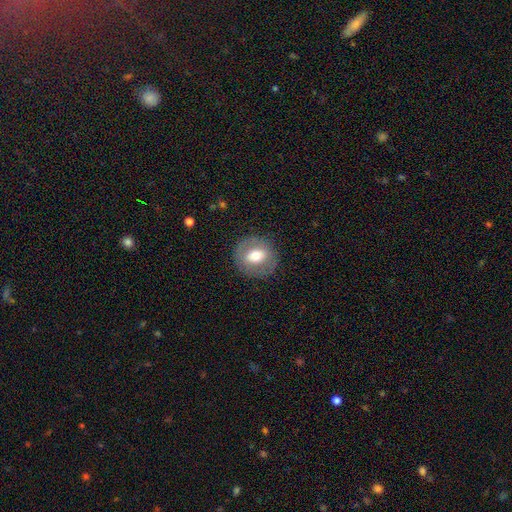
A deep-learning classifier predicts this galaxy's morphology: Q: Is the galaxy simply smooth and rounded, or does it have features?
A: smooth — 54%.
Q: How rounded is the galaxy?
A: round — 80%.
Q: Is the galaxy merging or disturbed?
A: none — 84%.